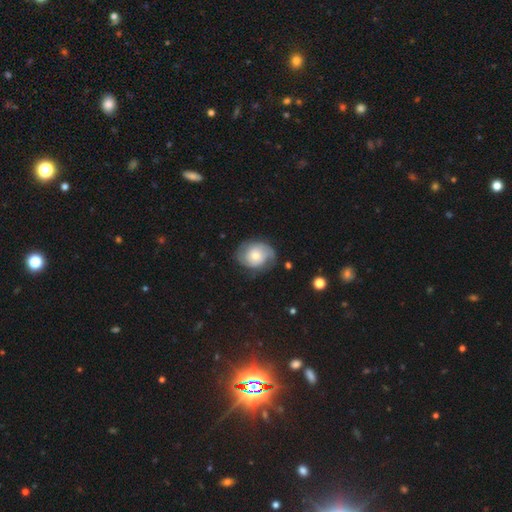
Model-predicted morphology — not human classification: type=featured or disk (59%); edge-on=no (97%); bar=no (72%); spiral arms=yes (87%); bulge=moderate (50%); merging=none (67%).